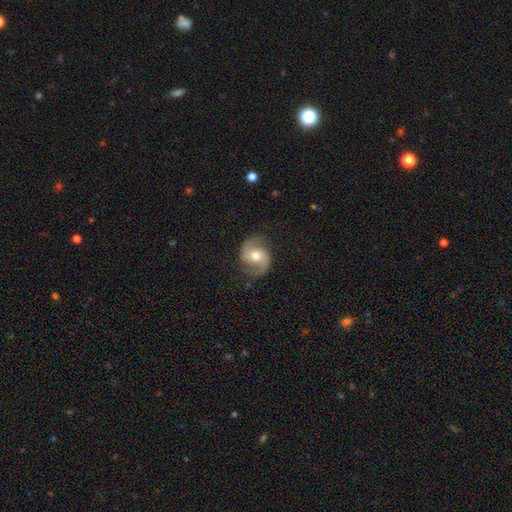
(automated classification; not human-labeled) Smooth or featured: featured or disk — 83% (smooth — 11%)
Edge-on disk: no — 98% (yes — 2%)
Bar: no — 50% (weak — 39%)
Spiral arms: yes — 96% (no — 4%)
Spiral winding: medium — 52% (loose — 32%)
Spiral arm count: 2 — 93% (can't tell — 3%)
Bulge size: moderate — 70% (small — 18%)
Merging: none — 79% (minor disturbance — 14%)